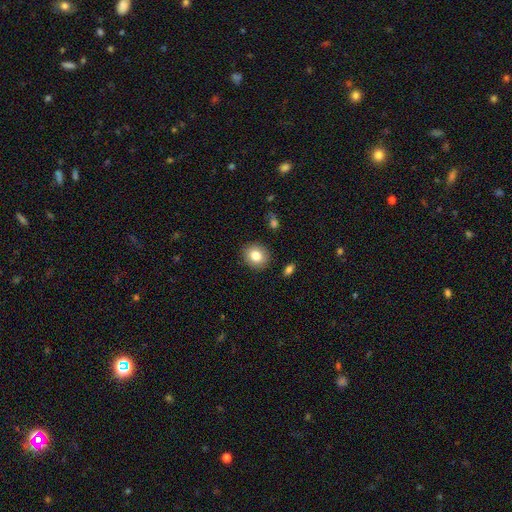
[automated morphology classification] Smooth or featured: smooth — 82% (star or artifact — 9%)
How rounded: round — 75% (in between — 24%)
Merging: none — 89% (minor disturbance — 7%)